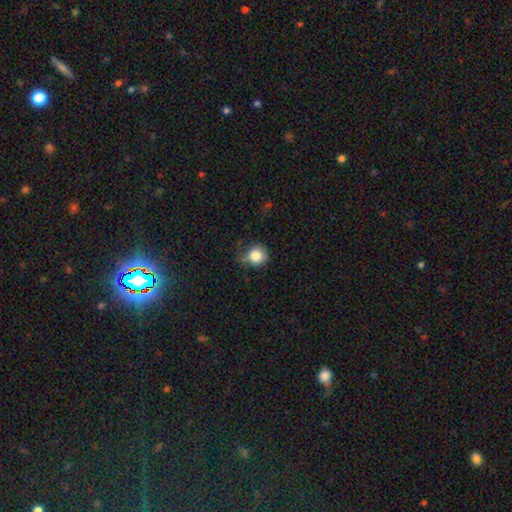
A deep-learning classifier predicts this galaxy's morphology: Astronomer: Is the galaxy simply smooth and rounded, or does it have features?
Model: smooth — 81%.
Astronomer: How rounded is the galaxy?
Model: round — 82%.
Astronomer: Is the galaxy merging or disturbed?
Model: none — 50% (runner-up: minor disturbance, 35%).